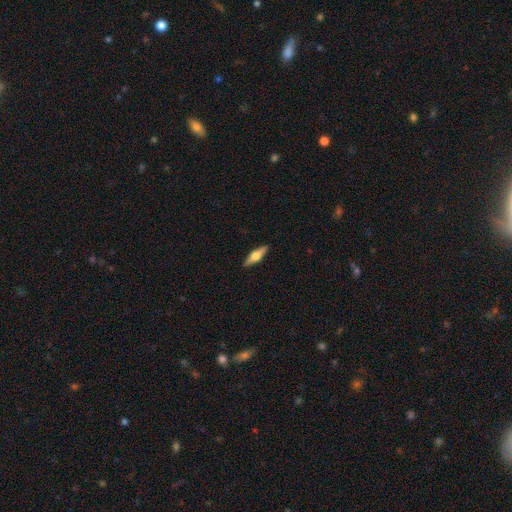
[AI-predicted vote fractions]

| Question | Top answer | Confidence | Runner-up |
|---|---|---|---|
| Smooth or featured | featured or disk | 68% | smooth (26%) |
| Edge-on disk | yes | 97% | no (3%) |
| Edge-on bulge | rounded | 94% | boxy (5%) |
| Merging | none | 91% | minor disturbance (7%) |